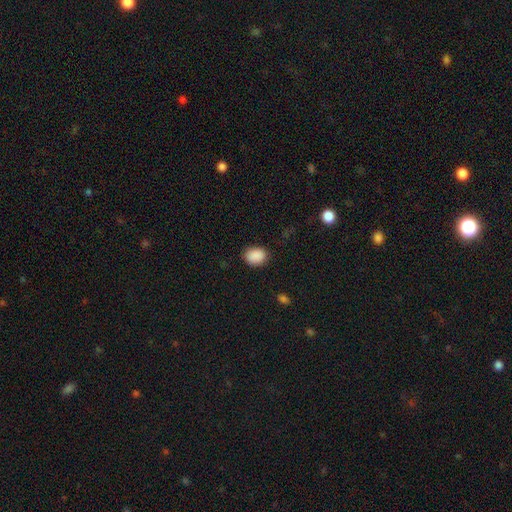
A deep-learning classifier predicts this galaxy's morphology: smooth_or_featured: smooth (p=0.90) [alt: star or artifact p=0.08]
how_rounded: in between (p=0.60) [alt: round p=0.39]
merging: none (p=0.85) [alt: minor disturbance p=0.11]